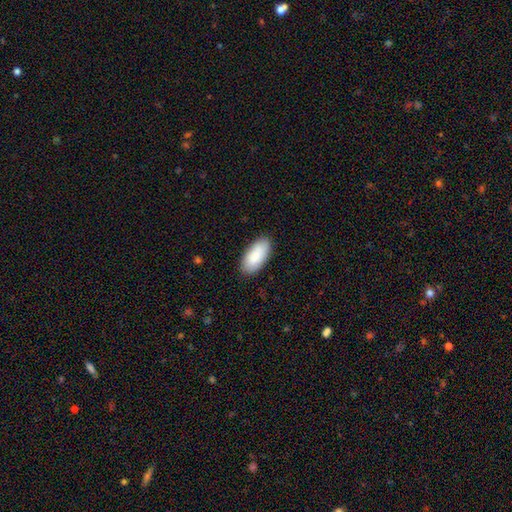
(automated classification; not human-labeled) This is clearly a smooth galaxy (85%). How rounded: clearly in between (92%). Merging: clearly none (85%).